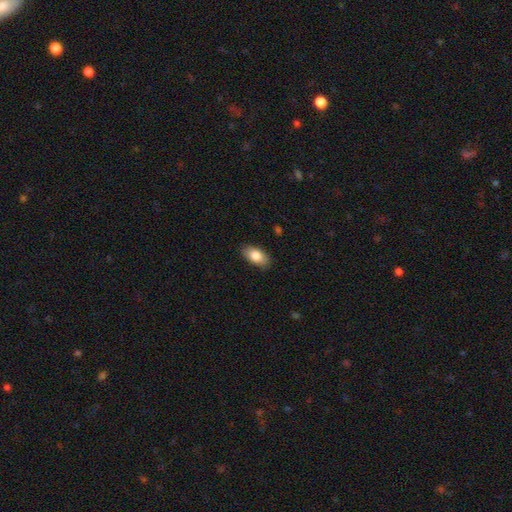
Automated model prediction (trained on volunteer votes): Smooth or featured? Predicted: smooth (p=0.84). How rounded? Predicted: in between (p=0.92). Merging? Predicted: none (p=0.87).